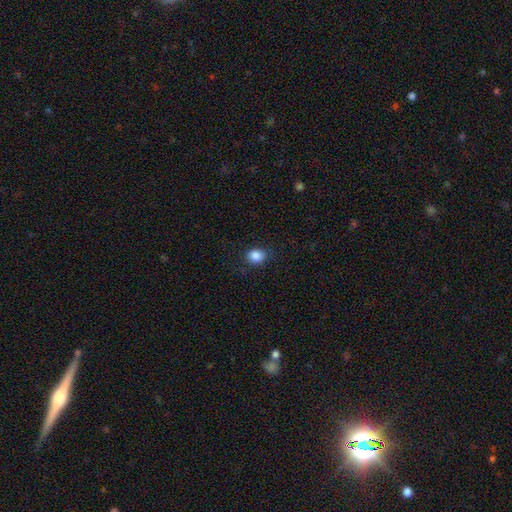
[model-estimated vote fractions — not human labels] Smooth or featured: smooth — 86% (star or artifact — 10%)
How rounded: round — 61% (in between — 38%)
Merging: none — 84% (minor disturbance — 12%)